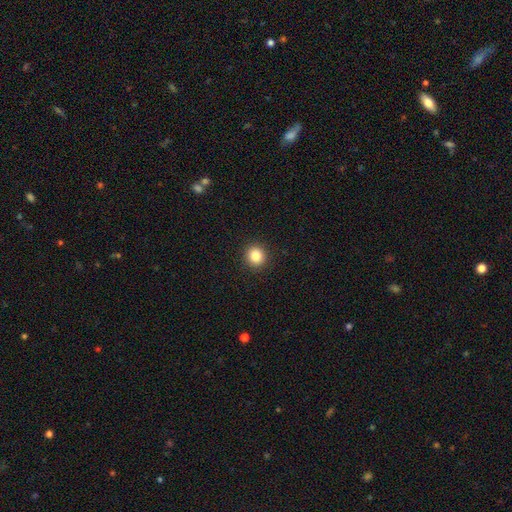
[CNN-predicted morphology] A smooth galaxy with no disk features (85%) that is round (90%).

Vote fractions:
- Smooth or featured? smooth: 85% / star or artifact: 11% / featured or disk: 5%
- How rounded? round: 90% / in between: 9% / cigar-shaped: 1%
- Merging? none: 93% / minor disturbance: 5% / major disturbance: 2% / merger: 1%